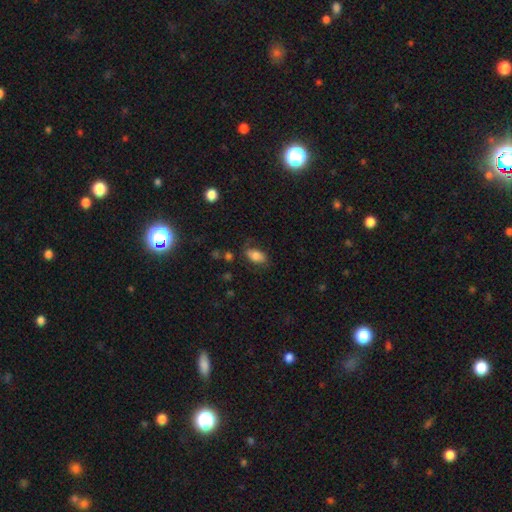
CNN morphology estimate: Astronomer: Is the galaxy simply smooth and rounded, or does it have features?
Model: smooth — 76%.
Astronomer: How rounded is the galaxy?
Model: in between — 91%.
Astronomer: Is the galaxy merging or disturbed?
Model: none — 67%.